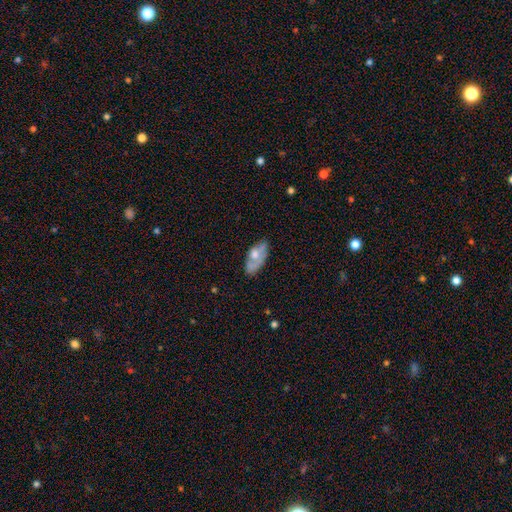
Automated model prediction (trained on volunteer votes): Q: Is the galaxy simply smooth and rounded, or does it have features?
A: smooth — 54%.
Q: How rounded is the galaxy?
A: in between — 87%.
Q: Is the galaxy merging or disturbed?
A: none — 48%.